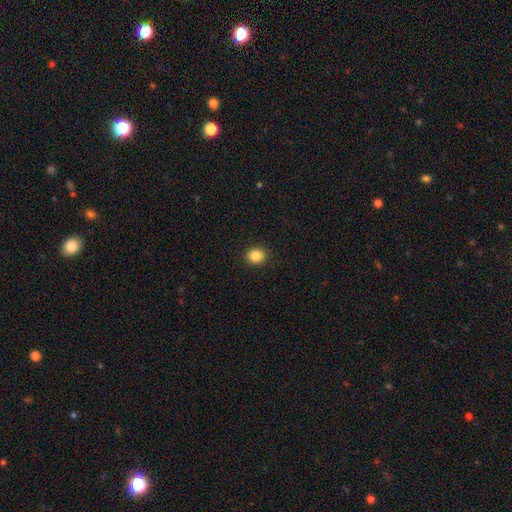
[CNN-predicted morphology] Smooth or featured: smooth — 86% (star or artifact — 10%)
How rounded: round — 73% (in between — 26%)
Merging: none — 91% (minor disturbance — 6%)